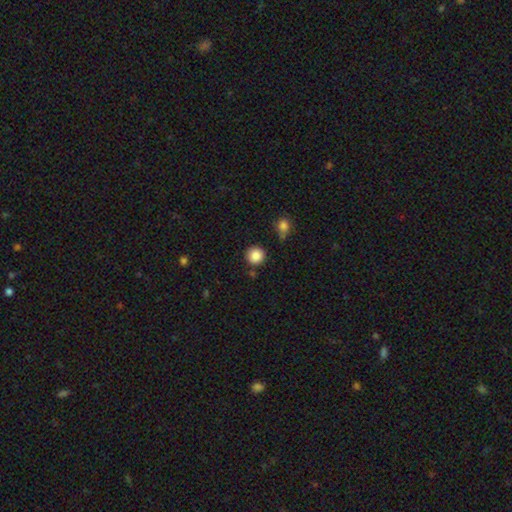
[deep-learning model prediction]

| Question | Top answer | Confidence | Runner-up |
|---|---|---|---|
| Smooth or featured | smooth | 87% | star or artifact (9%) |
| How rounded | round | 93% | in between (6%) |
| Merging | none | 83% | minor disturbance (10%) |